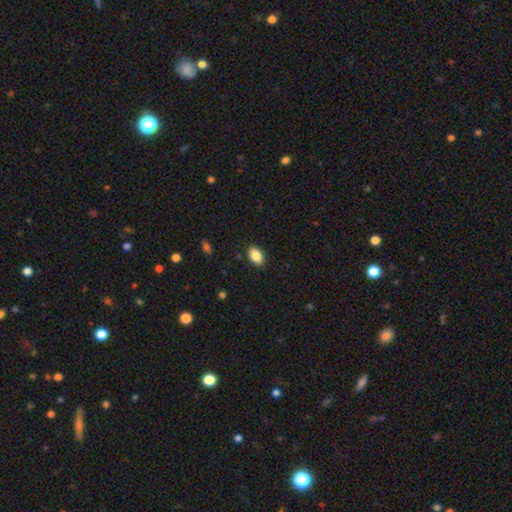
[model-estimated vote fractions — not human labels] This appears to be a smooth galaxy with no disk features (87%) that is in between round and cigar-shaped (90%). Merging: none (88%).